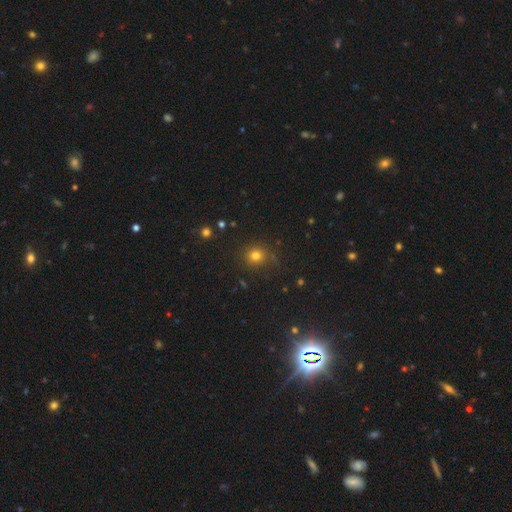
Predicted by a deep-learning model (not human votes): The model was most divided on "smooth or featured": smooth: 75%, star or artifact: 19%, featured or disk: 6%. More confident: how rounded — round (88%); merging — none (82%).